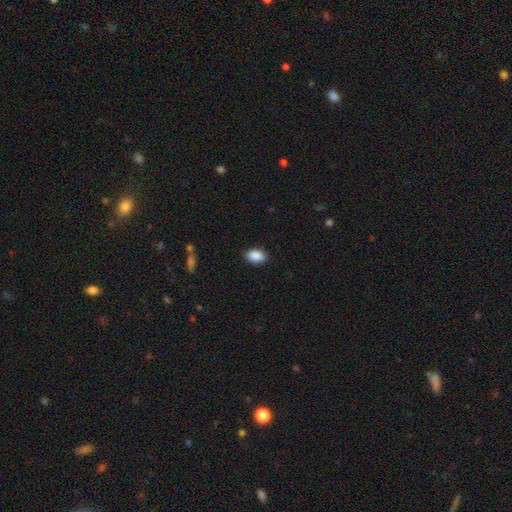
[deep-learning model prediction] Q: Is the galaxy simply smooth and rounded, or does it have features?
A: smooth — 90%.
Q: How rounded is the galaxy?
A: in between — 90%.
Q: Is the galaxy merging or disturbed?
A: none — 88%.